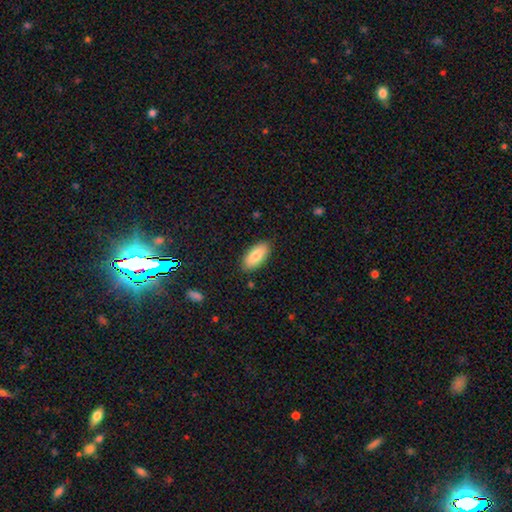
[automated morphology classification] type=smooth (81%); roundness=in between (89%); merging=none (86%).